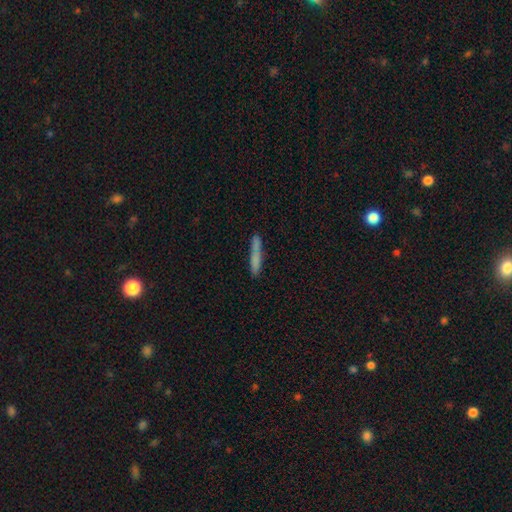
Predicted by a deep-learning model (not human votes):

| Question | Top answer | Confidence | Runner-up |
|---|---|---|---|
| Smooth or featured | smooth | 72% | featured or disk (20%) |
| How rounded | cigar-shaped | 93% | in between (6%) |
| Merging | none | 74% | minor disturbance (15%) |